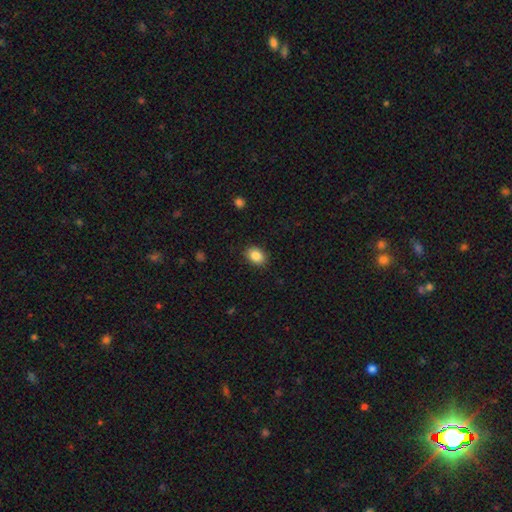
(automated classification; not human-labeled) smooth_or_featured: smooth (p=0.87) [alt: star or artifact p=0.08]
how_rounded: in between (p=0.66) [alt: round p=0.33]
merging: none (p=0.88) [alt: minor disturbance p=0.09]